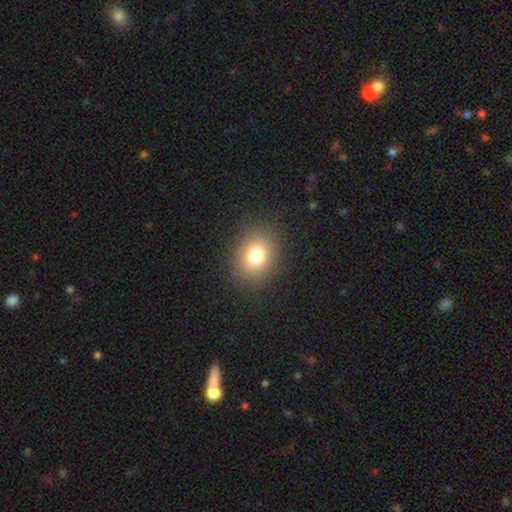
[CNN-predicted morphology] Smooth or featured? smooth (78%)
How rounded? round (54%)
Merging? none (87%)